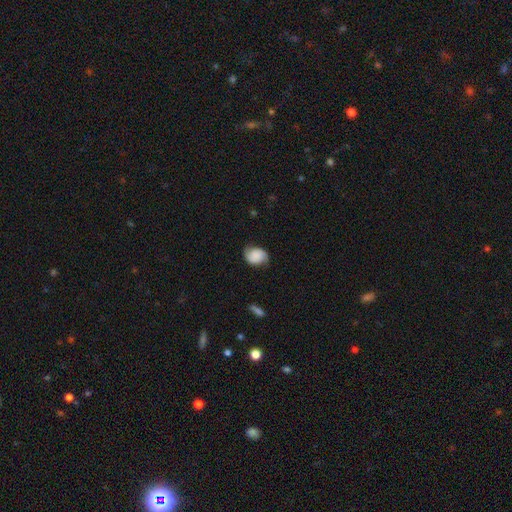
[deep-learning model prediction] Smooth or featured? smooth (53%)
How rounded? in between (59%)
Merging? none (68%)